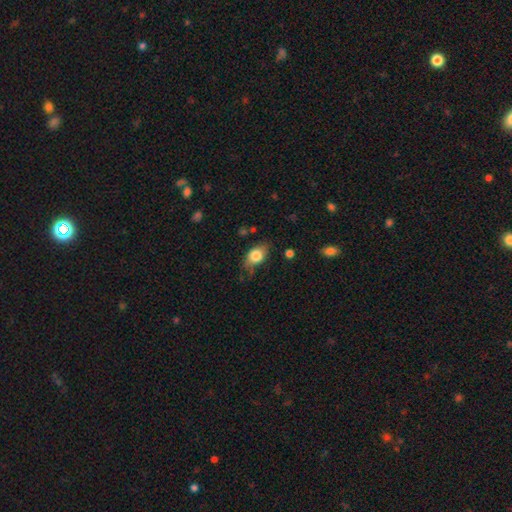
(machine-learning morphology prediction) Smooth or featured: smooth — 79% (featured or disk — 14%)
How rounded: in between — 82% (round — 15%)
Merging: none — 70% (minor disturbance — 22%)